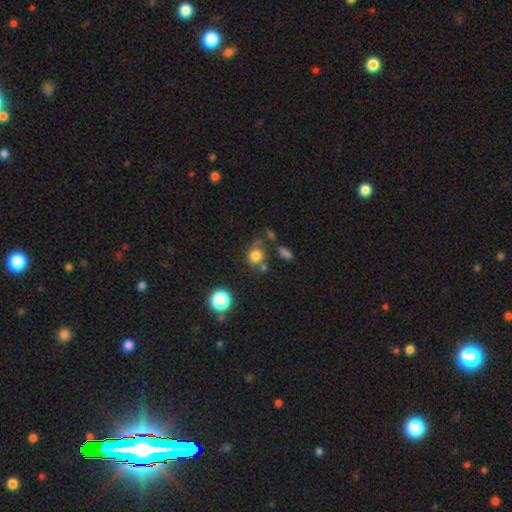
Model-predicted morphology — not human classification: smooth 78%, star or artifact 14%, featured or disk 8%. Down the decision tree: how rounded — round (76%); merging — none (58%).